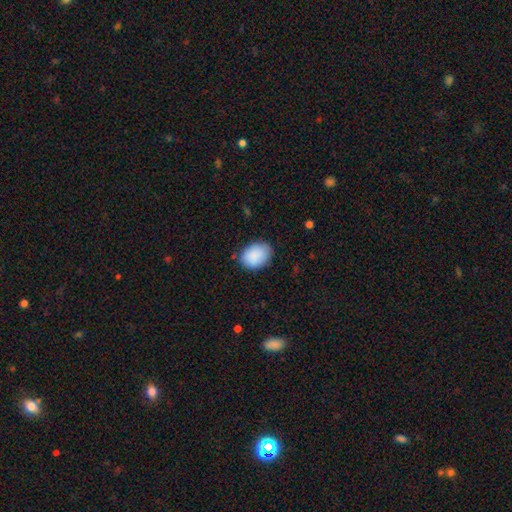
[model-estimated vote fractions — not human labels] smooth-or-featured: smooth: 89% | star or artifact: 7% | featured or disk: 4%
  how-rounded: in between: 72% | round: 27% | cigar-shaped: 1%
  merging: none: 79% | minor disturbance: 17% | major disturbance: 3% | merger: 1%